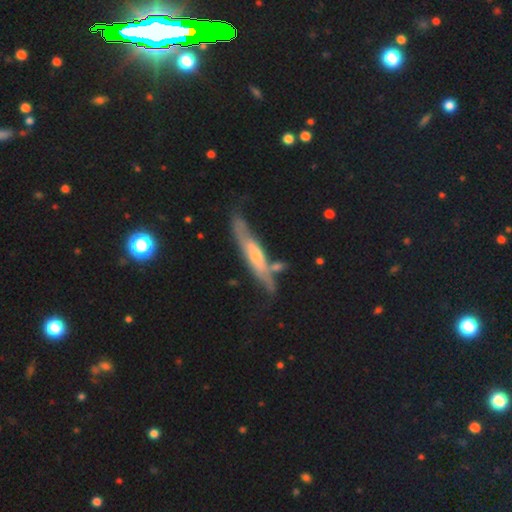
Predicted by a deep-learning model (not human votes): Overall: featured or disk (65%; smooth 29%). Edge-on disk: yes (65%; no 35%). Merging: none (58%; minor disturbance 23%).